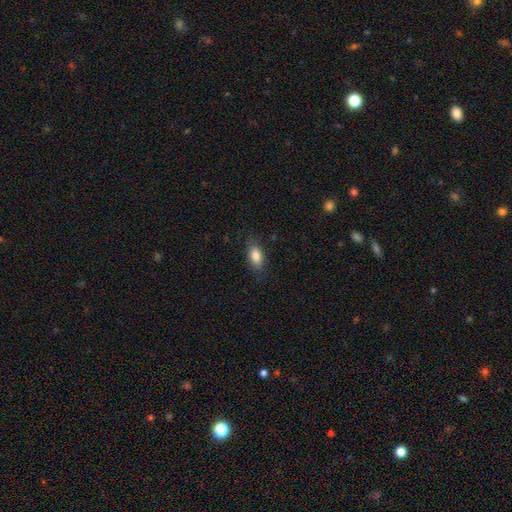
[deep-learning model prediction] Q: Smooth or featured?
A: smooth (85%); runner-up: featured or disk (8%)
Q: How rounded?
A: in between (88%); runner-up: cigar-shaped (7%)
Q: Merging?
A: none (83%); runner-up: minor disturbance (13%)